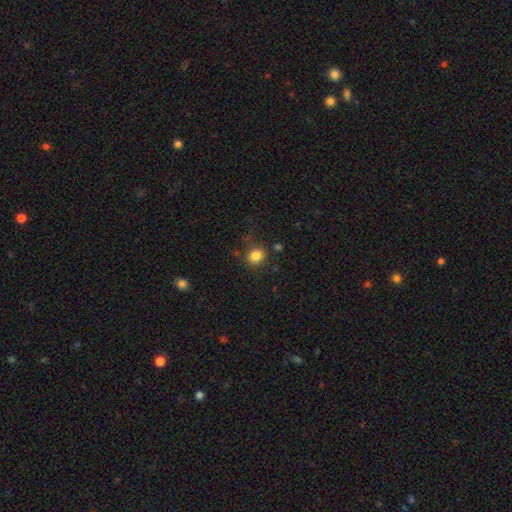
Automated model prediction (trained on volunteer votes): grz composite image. It shows a smooth galaxy with no disk features (84%) that is round (65%). Merging: none (82%).